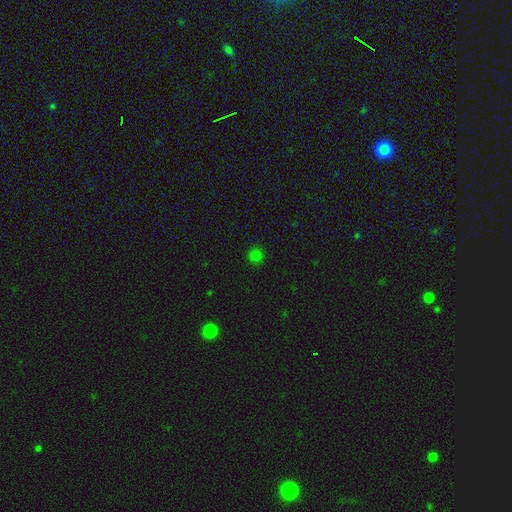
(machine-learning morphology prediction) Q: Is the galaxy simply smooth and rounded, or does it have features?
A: smooth — 77%.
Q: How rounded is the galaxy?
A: round — 93%.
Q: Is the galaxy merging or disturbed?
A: none — 91%.